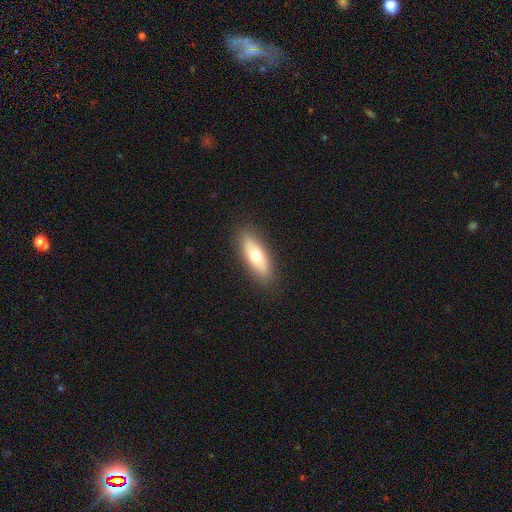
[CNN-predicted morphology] Overall: smooth (66%; featured or disk 28%). How rounded: in between (60%; cigar-shaped 37%). Merging: none (88%).